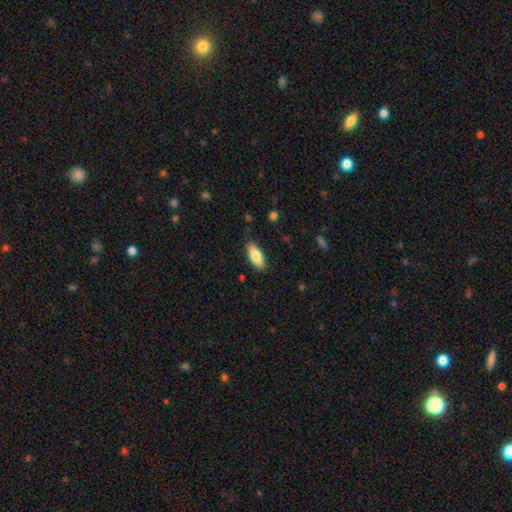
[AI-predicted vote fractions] Smooth or featured: smooth — 81% (featured or disk — 13%)
How rounded: in between — 76% (cigar-shaped — 22%)
Merging: none — 86% (minor disturbance — 11%)